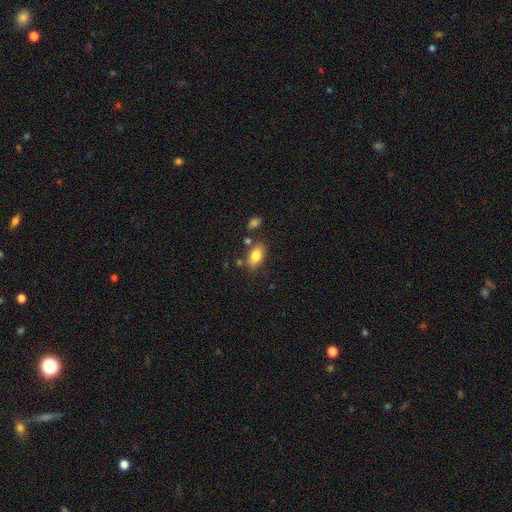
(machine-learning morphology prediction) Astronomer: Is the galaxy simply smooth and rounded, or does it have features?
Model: smooth — 81%.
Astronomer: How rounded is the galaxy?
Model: in between — 89%.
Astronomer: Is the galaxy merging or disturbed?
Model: none — 74%.